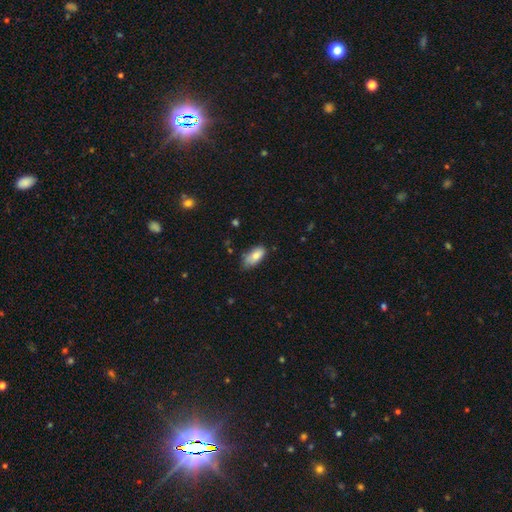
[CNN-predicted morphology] A smooth galaxy with no disk features (78%) that is in between round and cigar-shaped (90%).

Vote fractions:
- Smooth or featured? smooth: 78% / featured or disk: 15% / star or artifact: 7%
- How rounded? in between: 90% / cigar-shaped: 8% / round: 3%
- Merging? none: 60% / minor disturbance: 31% / major disturbance: 6% / merger: 2%